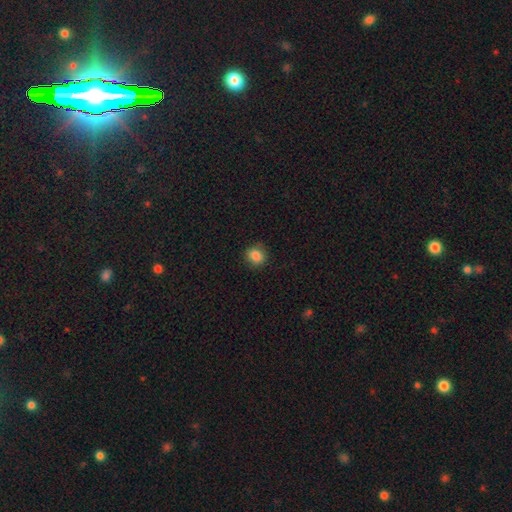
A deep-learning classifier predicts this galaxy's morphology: Smooth or featured? Predicted: smooth (p=0.84). How rounded? Predicted: round (p=0.75). Merging? Predicted: none (p=0.84).